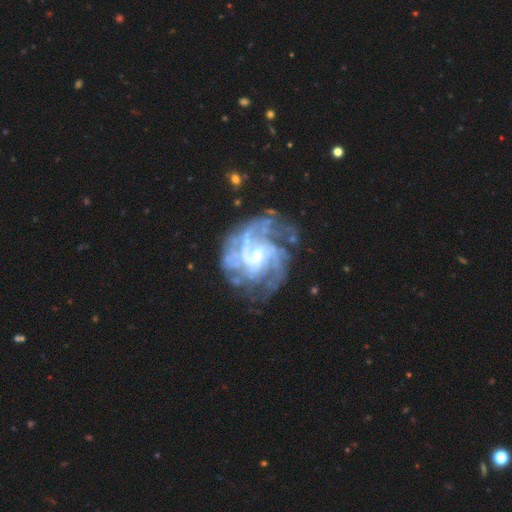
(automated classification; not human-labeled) Morphology: type=featured or disk (89%); edge-on=no (98%); bar=weak (46%); spiral arms=yes (96%); winding=tight (46%); arm count=can't tell (27%); bulge=small (56%); merging=none (63%).